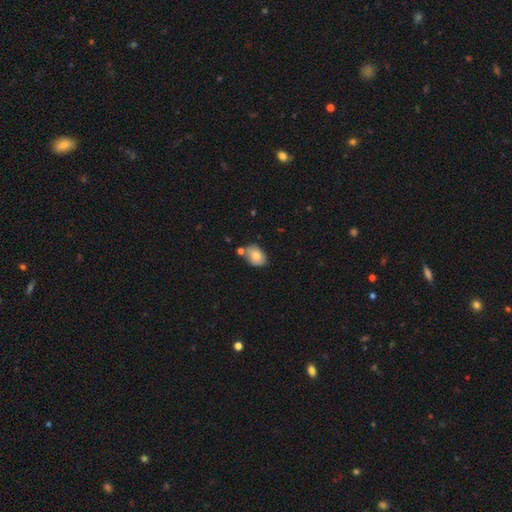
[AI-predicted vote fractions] smooth 79%, featured or disk 14%, star or artifact 8%. Down the decision tree: how rounded — in between (81%); merging — none (61%).